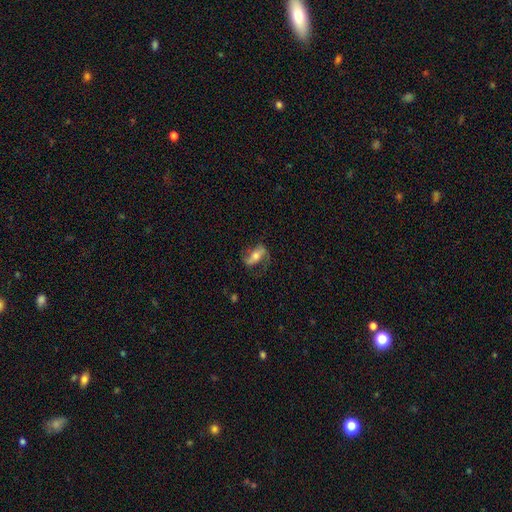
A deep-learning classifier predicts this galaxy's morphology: type=featured or disk (63%); edge-on=no (86%); bar=strong (44%); spiral arms=yes (80%); bulge=moderate (59%); merging=none (63%).